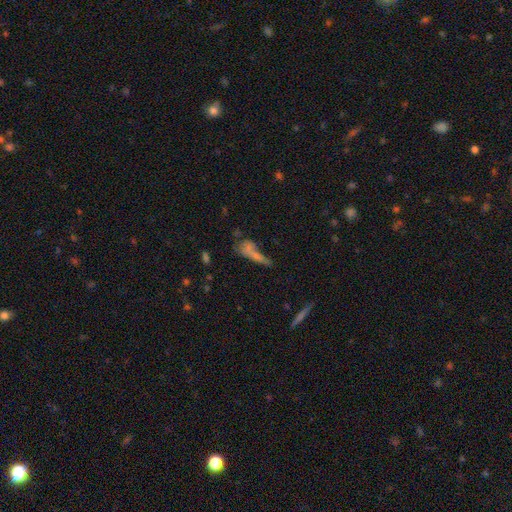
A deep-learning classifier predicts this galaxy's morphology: This appears to be a smooth galaxy with no disk features (53%) that is cigar-shaped (61%). Merging: none (36%).